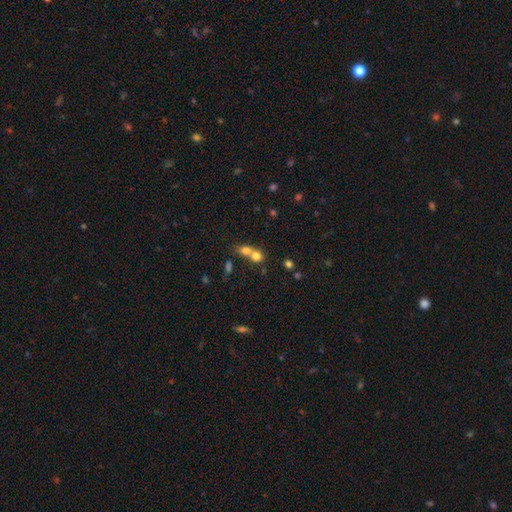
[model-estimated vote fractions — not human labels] smooth 73%, featured or disk 14%, star or artifact 12%. Down the decision tree: how rounded — round (69%); merging — merger (66%).